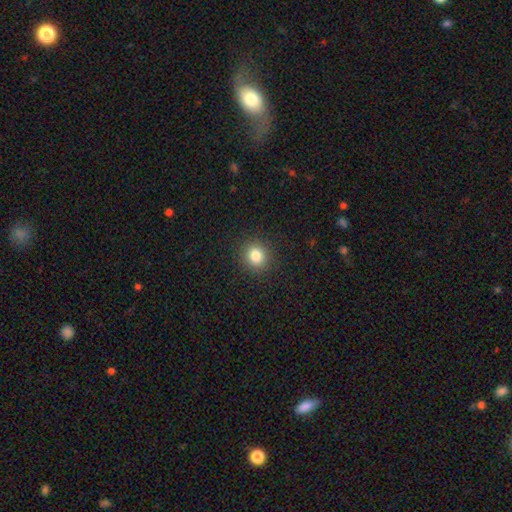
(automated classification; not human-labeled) Smooth or featured? Predicted: smooth (p=0.83). How rounded? Predicted: round (p=0.88). Merging? Predicted: none (p=0.91).